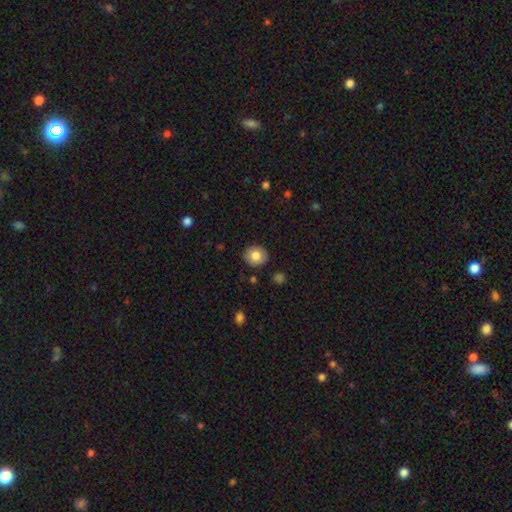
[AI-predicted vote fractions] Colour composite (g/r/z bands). It shows a smooth galaxy with no disk features (81%) that is round (73%). Merging: none (88%).